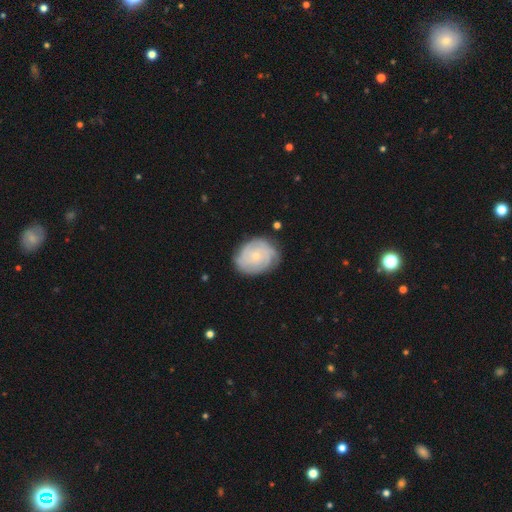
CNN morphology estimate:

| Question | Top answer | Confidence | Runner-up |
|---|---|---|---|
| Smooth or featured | featured or disk | 74% | smooth (20%) |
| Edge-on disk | no | 97% | yes (3%) |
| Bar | no | 83% | weak (15%) |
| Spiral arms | yes | 92% | no (8%) |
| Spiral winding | tight | 75% | medium (20%) |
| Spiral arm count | can't tell | 37% | 3 (19%) |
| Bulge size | small | 75% | moderate (22%) |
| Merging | none | 76% | minor disturbance (18%) |